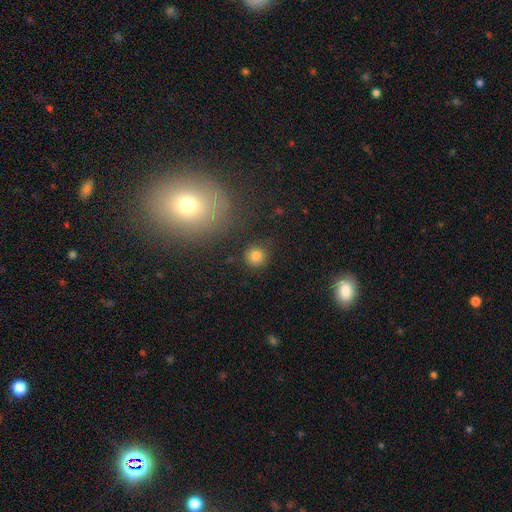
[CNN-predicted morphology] A smooth galaxy with no disk features (80%) that is round (93%).

Vote fractions:
- Smooth or featured? smooth: 80% / star or artifact: 13% / featured or disk: 7%
- How rounded? round: 93% / in between: 6% / cigar-shaped: 1%
- Merging? none: 87% / minor disturbance: 7% / major disturbance: 3% / merger: 3%